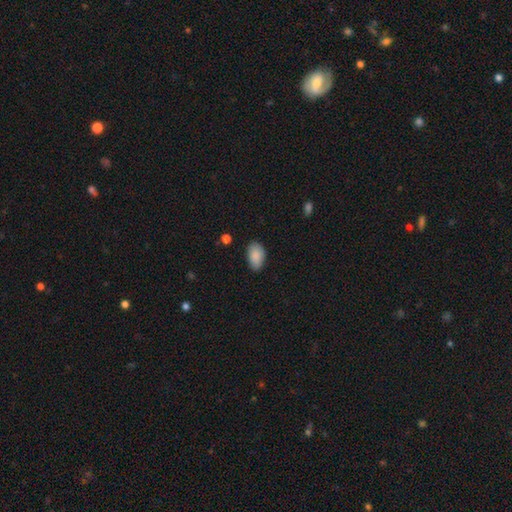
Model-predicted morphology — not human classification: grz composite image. It shows a smooth galaxy with no disk features (88%) that is in between round and cigar-shaped (92%). Merging: none (77%).